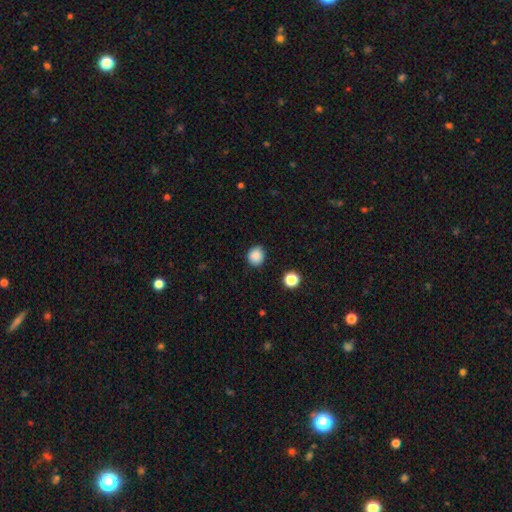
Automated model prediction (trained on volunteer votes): This is clearly a smooth galaxy (86%). How rounded: likely round (76%). Merging: clearly none (86%).